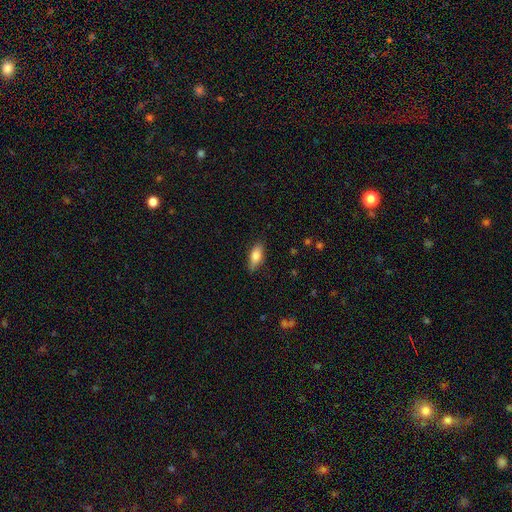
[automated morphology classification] Smooth or featured? smooth (79%)
How rounded? in between (78%)
Merging? none (83%)